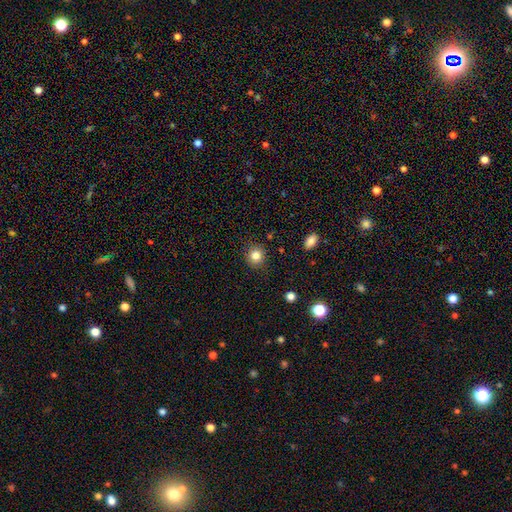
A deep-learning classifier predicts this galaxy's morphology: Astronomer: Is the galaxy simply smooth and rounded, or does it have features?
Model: smooth — 83%.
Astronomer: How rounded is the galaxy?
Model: round — 87%.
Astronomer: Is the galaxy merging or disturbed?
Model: none — 89%.